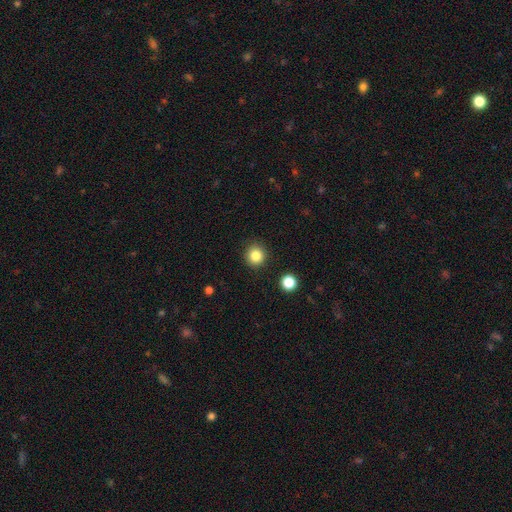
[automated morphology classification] A smooth galaxy with no disk features (84%) that is round (93%).

Vote fractions:
- Smooth or featured? smooth: 84% / star or artifact: 11% / featured or disk: 5%
- How rounded? round: 93% / in between: 6% / cigar-shaped: 1%
- Merging? none: 90% / minor disturbance: 6% / major disturbance: 2% / merger: 2%